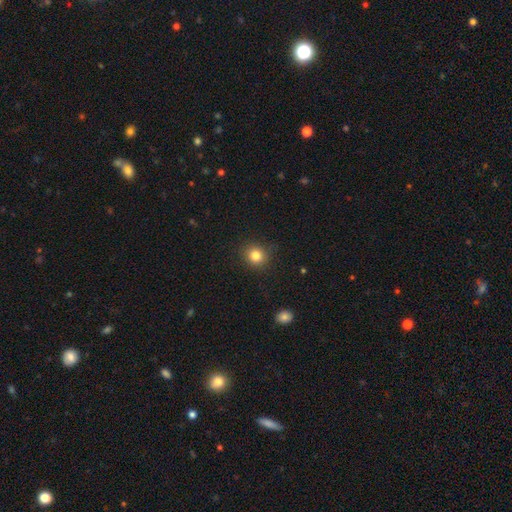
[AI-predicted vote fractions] Smooth or featured? Predicted: smooth (p=0.83). How rounded? Predicted: round (p=0.89). Merging? Predicted: none (p=0.88).